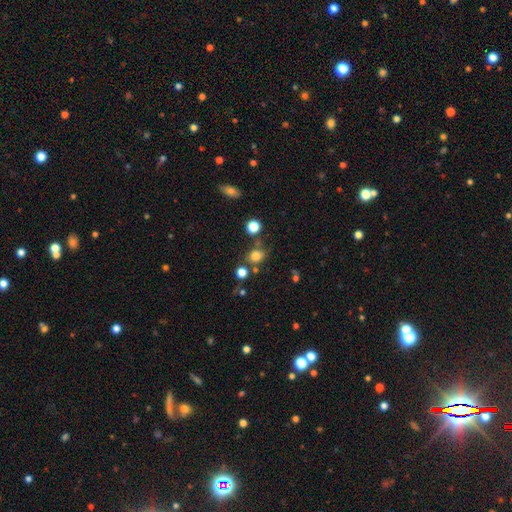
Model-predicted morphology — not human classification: The model was most divided on "how rounded": round: 66%, in between: 33%, cigar-shaped: 1%. More confident: smooth or featured — smooth (76%); merging — none (66%).